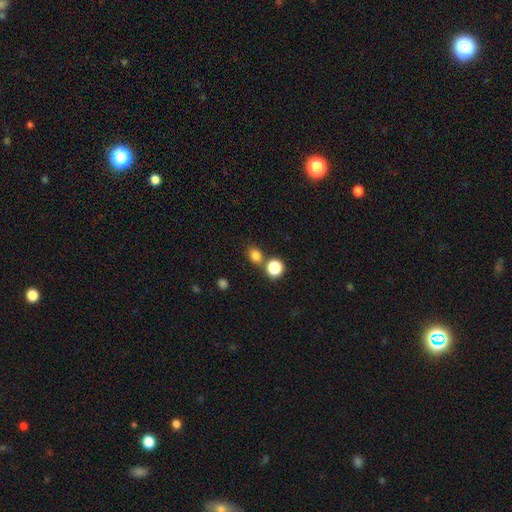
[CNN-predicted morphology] Q: Smooth or featured?
A: smooth (80%); runner-up: star or artifact (15%)
Q: How rounded?
A: round (58%); runner-up: in between (41%)
Q: Merging?
A: none (68%); runner-up: merger (18%)